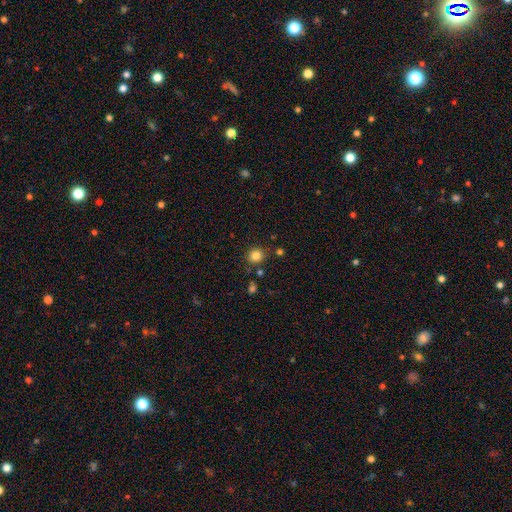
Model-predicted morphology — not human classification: Overall: smooth (83%). How rounded: round (87%). Merging: none (84%).